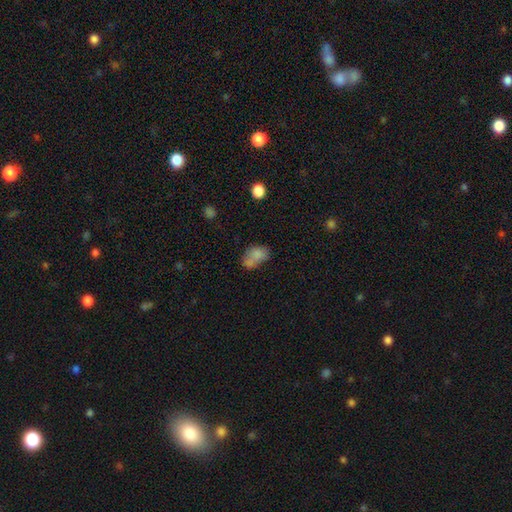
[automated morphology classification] Smooth or featured: smooth — 73% (featured or disk — 17%)
How rounded: in between — 79% (round — 20%)
Merging: merger — 41% (none — 33%)